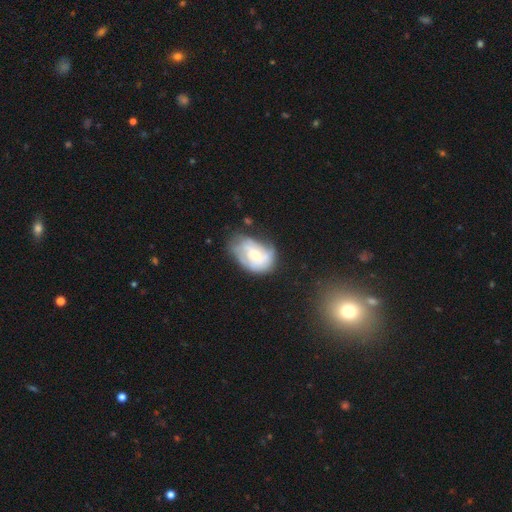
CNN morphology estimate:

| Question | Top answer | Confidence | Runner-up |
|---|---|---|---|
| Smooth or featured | featured or disk | 54% | smooth (38%) |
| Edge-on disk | no | 96% | yes (4%) |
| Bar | no | 66% | weak (28%) |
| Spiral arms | yes | 59% | no (41%) |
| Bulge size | small | 49% | moderate (41%) |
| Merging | none | 39% | minor disturbance (34%) |